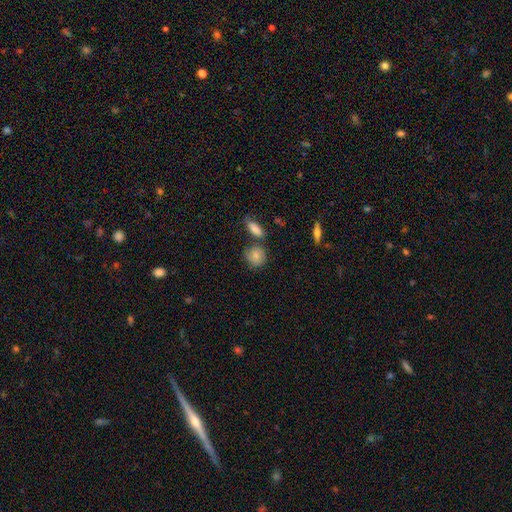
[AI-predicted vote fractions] Smooth or featured? Predicted: smooth (p=0.74). How rounded? Predicted: round (p=0.70). Merging? Predicted: none (p=0.61).